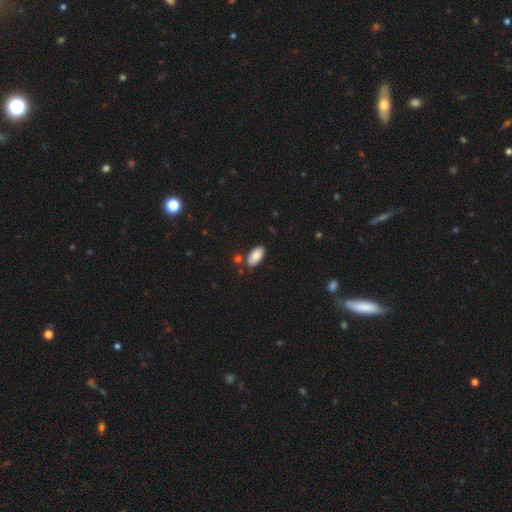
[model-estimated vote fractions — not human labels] A smooth galaxy with no disk features (87%) that is in between round and cigar-shaped (93%). Merging: none (81%).